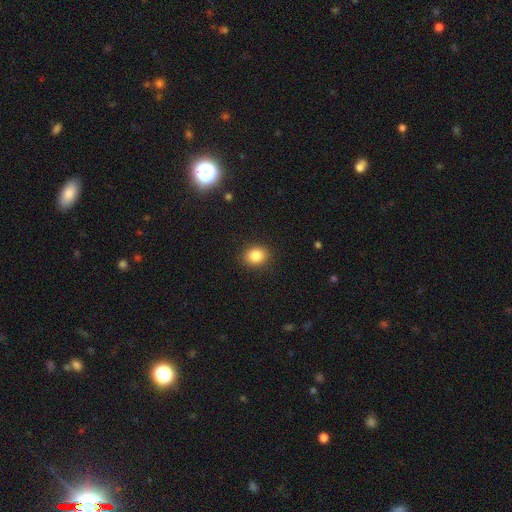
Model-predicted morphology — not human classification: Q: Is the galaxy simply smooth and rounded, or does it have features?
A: smooth — 85%.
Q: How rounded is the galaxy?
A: round — 56%.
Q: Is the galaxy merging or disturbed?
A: none — 89%.